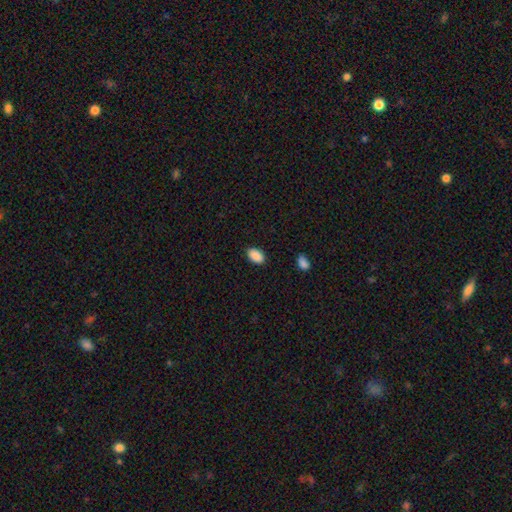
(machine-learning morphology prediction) The model was most divided on "merging": none: 88%, minor disturbance: 8%, major disturbance: 2%, merger: 1%. More confident: how rounded — in between (92%); smooth or featured — smooth (90%).